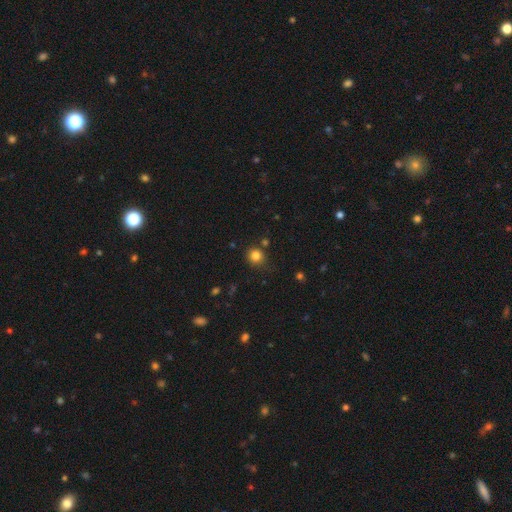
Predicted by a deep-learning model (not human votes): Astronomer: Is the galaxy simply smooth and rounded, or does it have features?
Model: smooth — 82%.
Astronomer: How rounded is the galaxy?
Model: round — 88%.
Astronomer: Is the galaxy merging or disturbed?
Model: none — 80%.